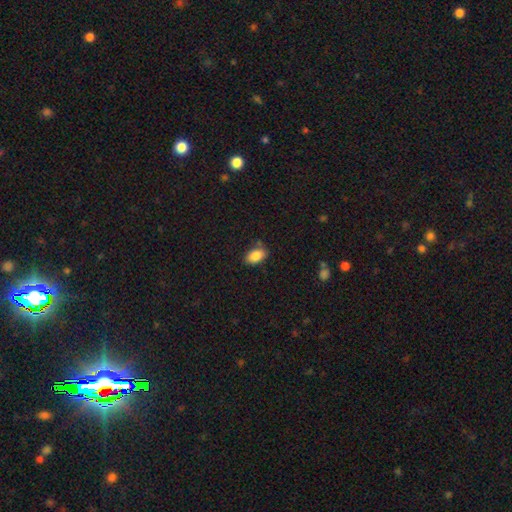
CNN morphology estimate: Smooth or featured?
  - smooth: 86% *
  - star or artifact: 8%
  - featured or disk: 6%
How rounded?
  - in between: 91% *
  - round: 7%
  - cigar-shaped: 2%
Merging?
  - none: 80% *
  - minor disturbance: 14%
  - merger: 3%
  - major disturbance: 3%